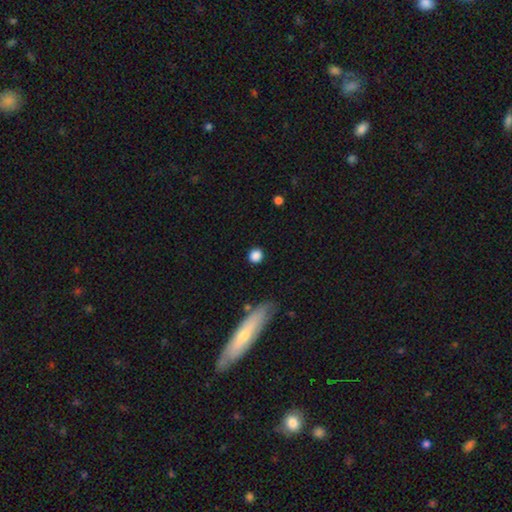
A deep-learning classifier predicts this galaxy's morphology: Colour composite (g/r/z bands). It shows a smooth galaxy with no disk features (86%) that is round (91%). Merging: none (88%).